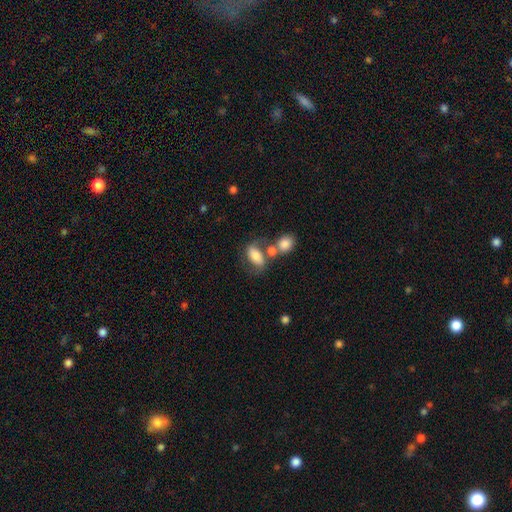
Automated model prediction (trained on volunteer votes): smooth-or-featured: smooth: 70% | featured or disk: 21% | star or artifact: 9%
  how-rounded: in between: 85% | round: 10% | cigar-shaped: 5%
  merging: none: 40% | merger: 34% | minor disturbance: 16% | major disturbance: 10%